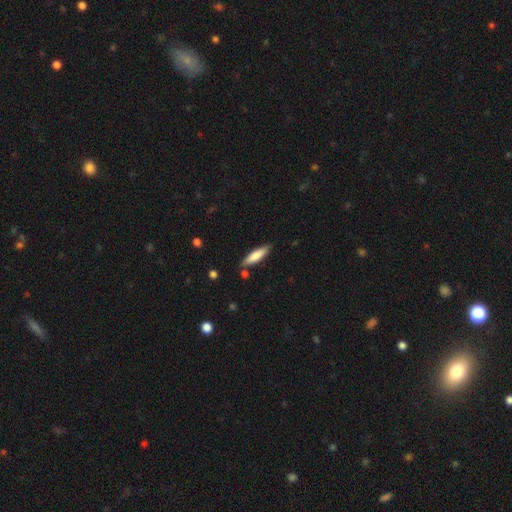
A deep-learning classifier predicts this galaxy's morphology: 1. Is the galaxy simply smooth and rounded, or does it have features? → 74% smooth, 20% featured or disk, 6% star or artifact.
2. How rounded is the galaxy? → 71% cigar-shaped, 28% in between, 1% round.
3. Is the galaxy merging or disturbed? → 82% none, 12% minor disturbance, 3% merger, 2% major disturbance.